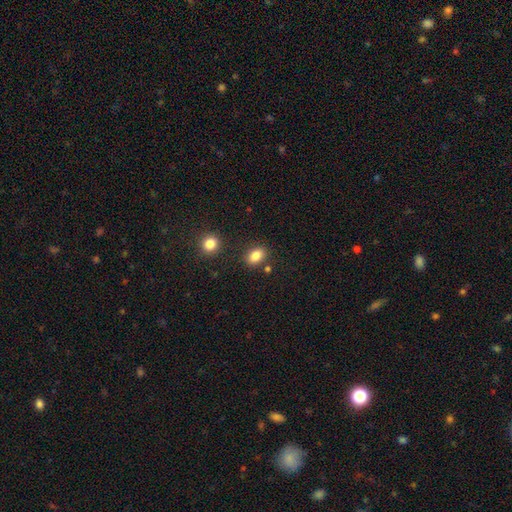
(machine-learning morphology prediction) Smooth or featured? smooth (85%)
How rounded? in between (79%)
Merging? none (81%)